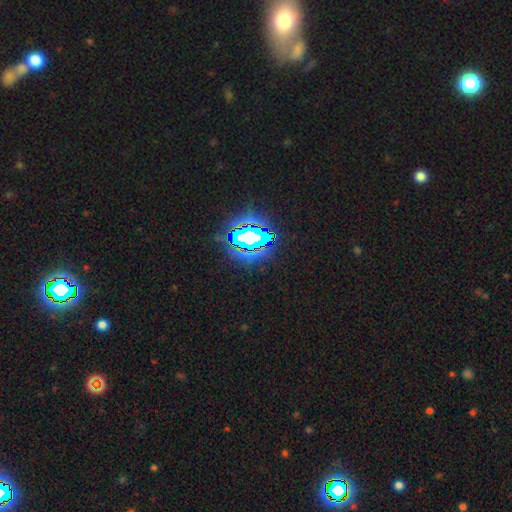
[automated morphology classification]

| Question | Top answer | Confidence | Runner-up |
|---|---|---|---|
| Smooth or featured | star or artifact | 73% | smooth (17%) |